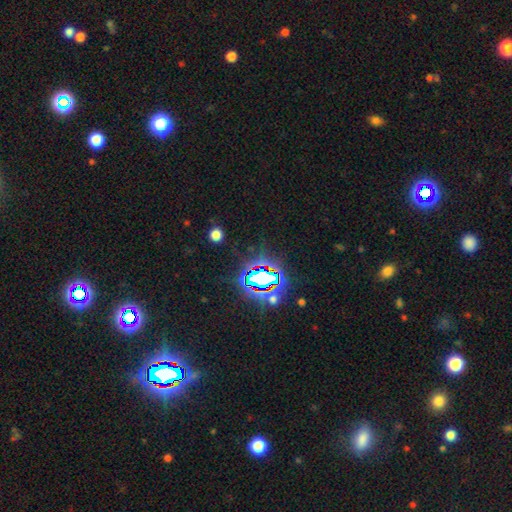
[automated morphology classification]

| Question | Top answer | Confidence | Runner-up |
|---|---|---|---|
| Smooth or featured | star or artifact | 82% | smooth (11%) |